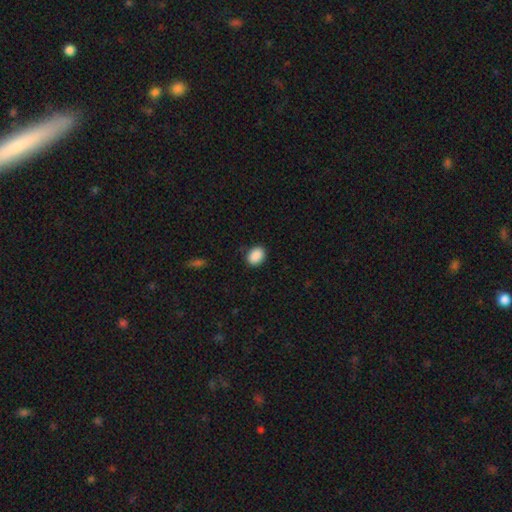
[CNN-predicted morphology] This is clearly a smooth galaxy (89%). How rounded: likely in between (67%). Merging: clearly none (85%).